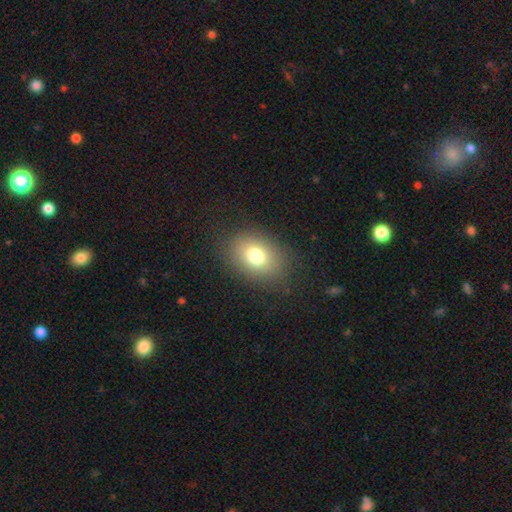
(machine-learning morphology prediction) smooth-or-featured: smooth: 76% | star or artifact: 12% | featured or disk: 12%
  how-rounded: in between: 69% | round: 30% | cigar-shaped: 1%
  merging: none: 83% | minor disturbance: 10% | major disturbance: 5% | merger: 1%